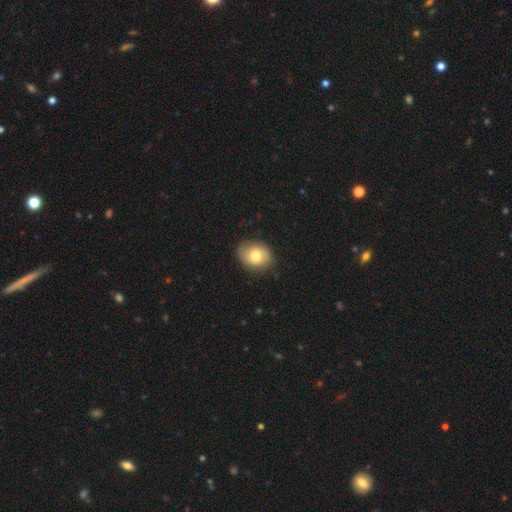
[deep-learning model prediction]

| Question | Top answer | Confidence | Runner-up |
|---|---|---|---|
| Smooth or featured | smooth | 75% | featured or disk (17%) |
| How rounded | in between | 55% | round (44%) |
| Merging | none | 81% | minor disturbance (15%) |